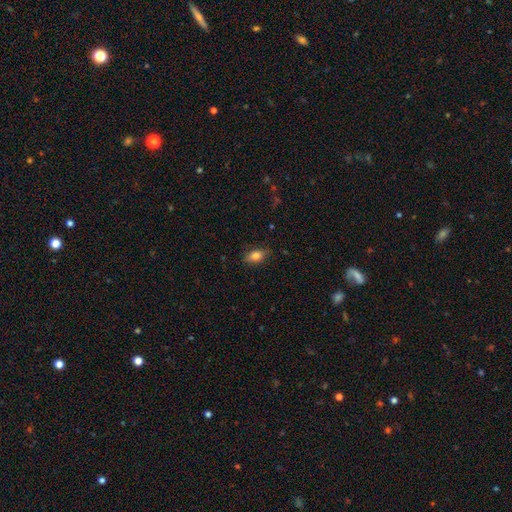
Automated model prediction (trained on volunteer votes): smooth-or-featured: smooth: 82% | featured or disk: 9% | star or artifact: 9%
  how-rounded: in between: 87% | round: 8% | cigar-shaped: 5%
  merging: none: 82% | minor disturbance: 14% | major disturbance: 3% | merger: 1%